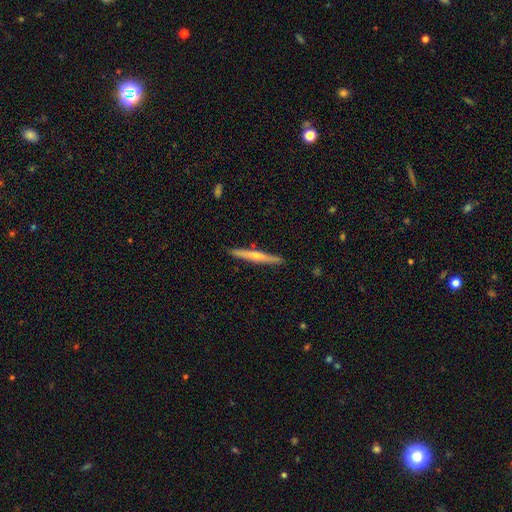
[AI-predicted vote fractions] Smooth or featured?
  - featured or disk: 56% *
  - smooth: 38%
  - star or artifact: 6%
Edge-on disk?
  - yes: 97% *
  - no: 3%
Edge-on bulge?
  - rounded: 71% *
  - none: 24%
  - boxy: 4%
Merging?
  - none: 90% *
  - minor disturbance: 7%
  - major disturbance: 1%
  - merger: 1%